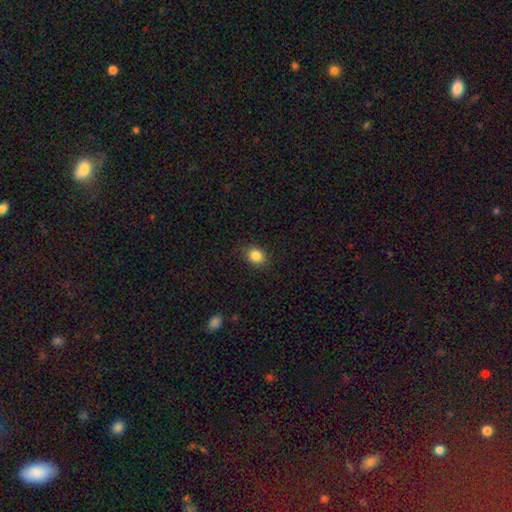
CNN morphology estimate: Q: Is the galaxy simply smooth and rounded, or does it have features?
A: smooth — 86%.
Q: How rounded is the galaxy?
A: round — 55%.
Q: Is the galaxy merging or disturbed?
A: none — 87%.